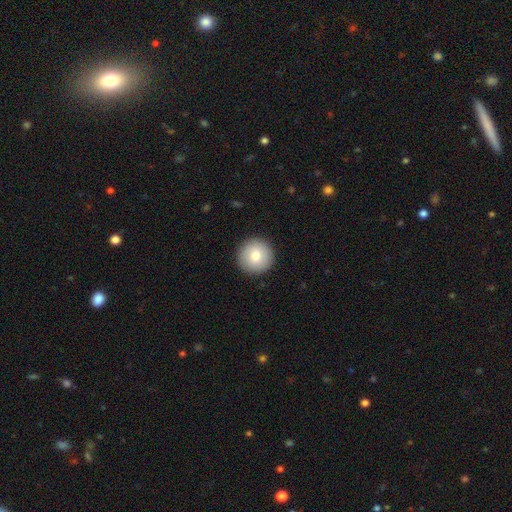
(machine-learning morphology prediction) Smooth or featured? smooth (81%)
How rounded? round (96%)
Merging? none (93%)